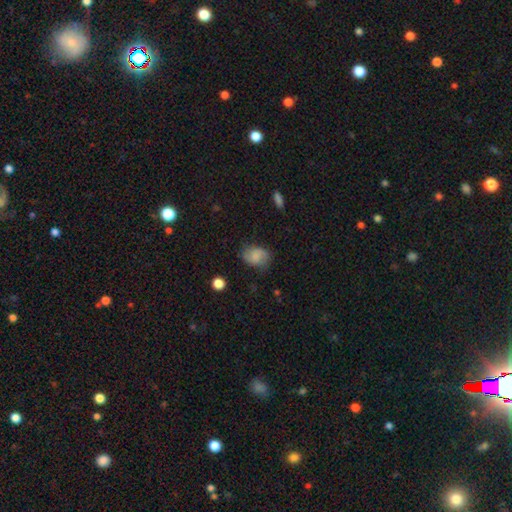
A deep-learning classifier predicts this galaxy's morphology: This appears to be a smooth galaxy with no disk features (67%) that is in between round and cigar-shaped (58%). Merging: none (66%).